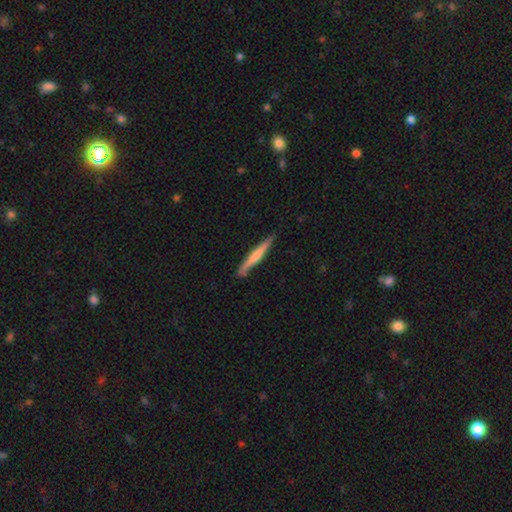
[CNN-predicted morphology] This is possibly a smooth galaxy (51%). How rounded: clearly cigar-shaped (95%). Merging: clearly none (84%).